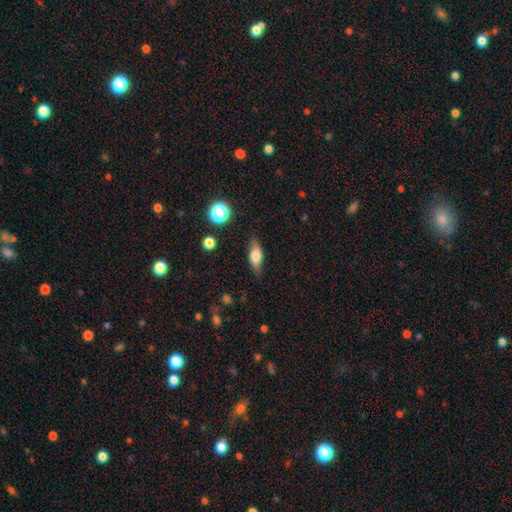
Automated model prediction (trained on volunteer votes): Smooth or featured: smooth — 62% (featured or disk — 29%)
How rounded: in between — 69% (cigar-shaped — 25%)
Merging: none — 80% (minor disturbance — 15%)